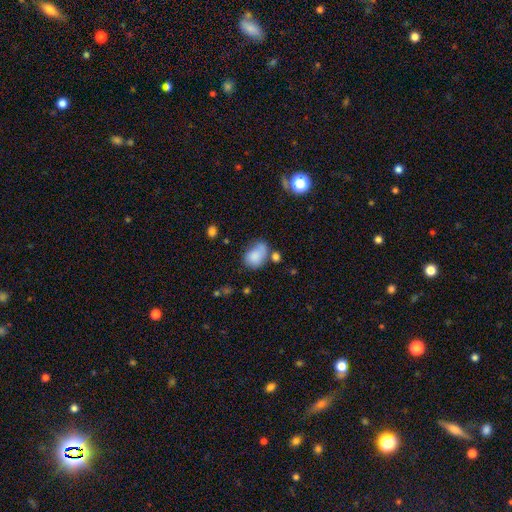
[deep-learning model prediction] Smooth or featured? Predicted: smooth (p=0.80). How rounded? Predicted: in between (p=0.74). Merging? Predicted: none (p=0.38).